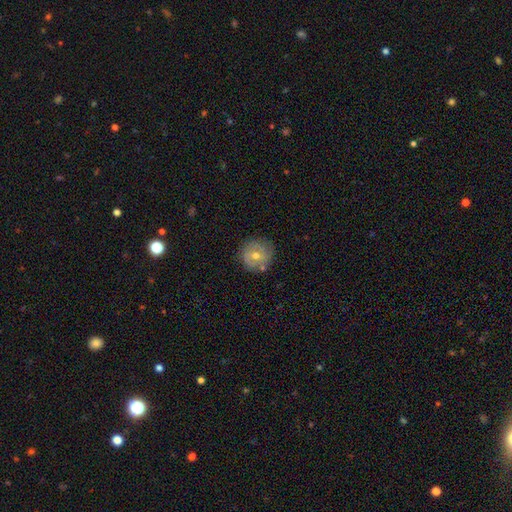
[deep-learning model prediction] A featured or disk galaxy (46%). Merging: none (80%).